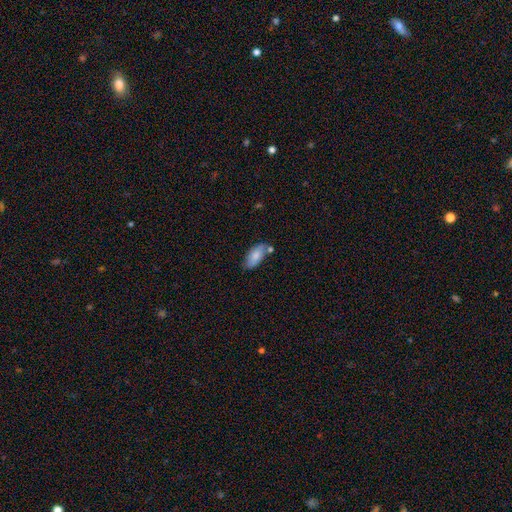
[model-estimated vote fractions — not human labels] The model was most divided on "merging": none: 63%, minor disturbance: 20%, merger: 13%, major disturbance: 4%. More confident: how rounded — in between (90%); smooth or featured — smooth (77%).